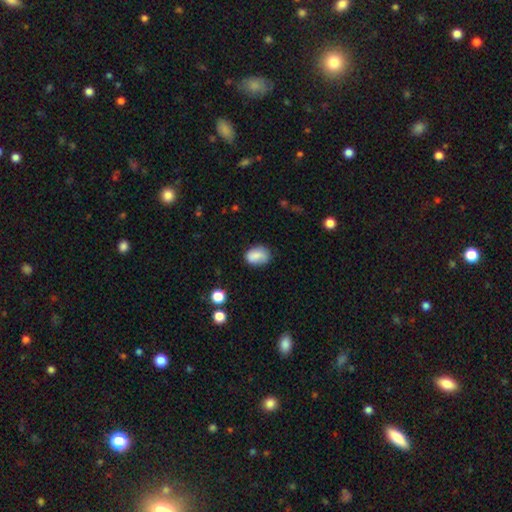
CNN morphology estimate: A smooth galaxy with no disk features (83%) that is in between round and cigar-shaped (74%). Merging: none (67%).